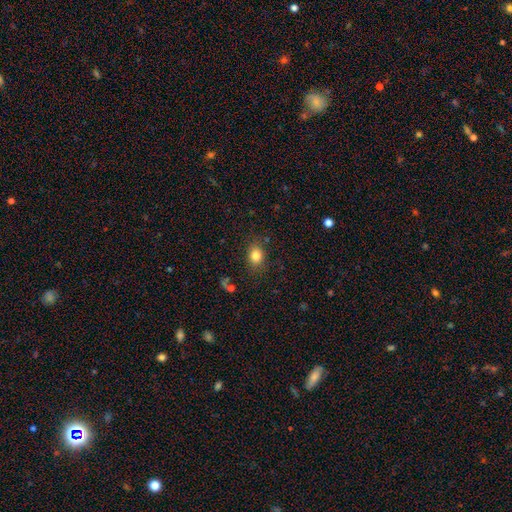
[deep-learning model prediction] smooth_or_featured: smooth (p=0.82) [alt: star or artifact p=0.11]
how_rounded: in between (p=0.60) [alt: round p=0.39]
merging: none (p=0.83) [alt: minor disturbance p=0.12]